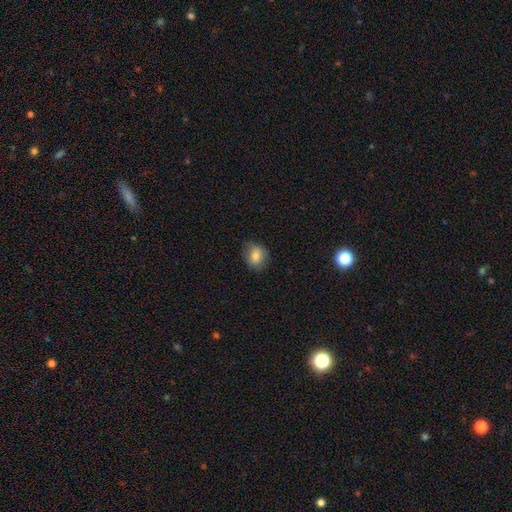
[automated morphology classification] Smooth or featured?
  - smooth: 79% *
  - featured or disk: 12%
  - star or artifact: 9%
How rounded?
  - round: 63% *
  - in between: 36%
  - cigar-shaped: 1%
Merging?
  - none: 76% *
  - minor disturbance: 18%
  - major disturbance: 5%
  - merger: 1%